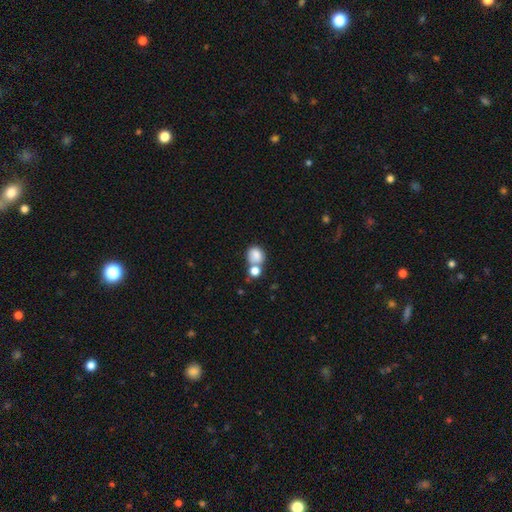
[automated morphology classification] Smooth or featured? Predicted: smooth (p=0.81). How rounded? Predicted: round (p=0.66). Merging? Predicted: merger (p=0.46).